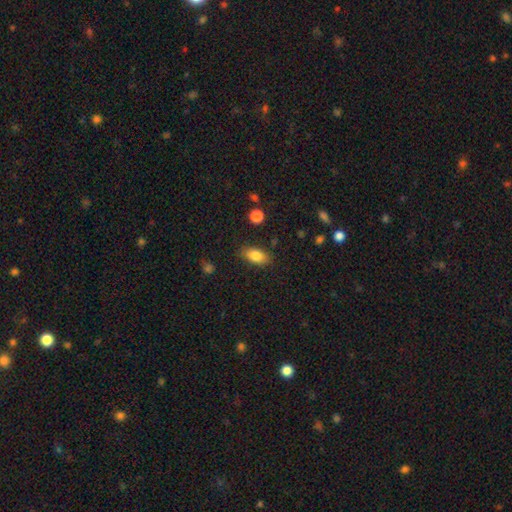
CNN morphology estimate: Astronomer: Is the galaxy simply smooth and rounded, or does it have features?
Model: smooth — 83%.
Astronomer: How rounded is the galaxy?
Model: in between — 88%.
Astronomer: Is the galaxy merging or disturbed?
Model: none — 82%.